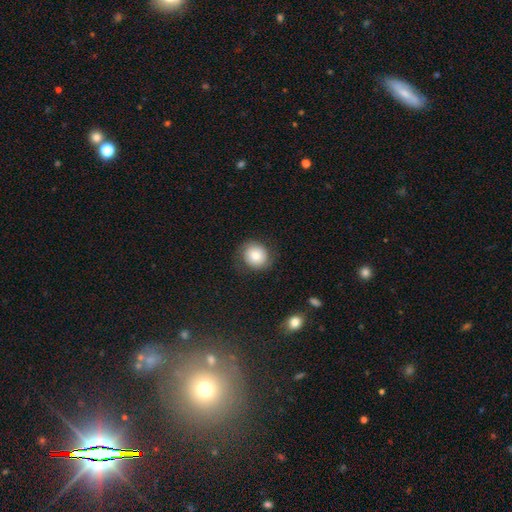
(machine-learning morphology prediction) This is likely a smooth galaxy (78%). How rounded: clearly round (81%). Merging: clearly none (80%).